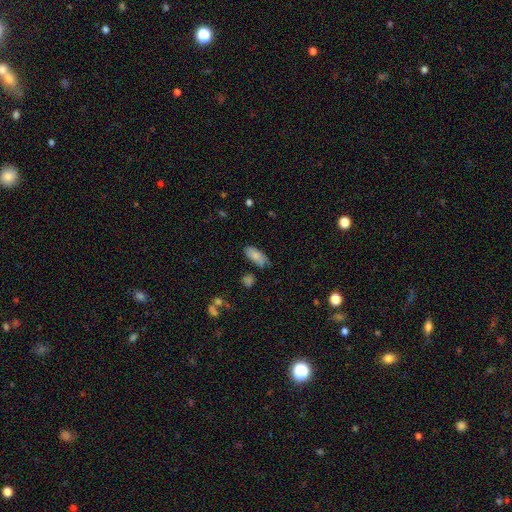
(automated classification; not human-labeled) smooth-or-featured: smooth: 78% | featured or disk: 15% | star or artifact: 7%
  how-rounded: in between: 85% | cigar-shaped: 12% | round: 3%
  merging: none: 62% | minor disturbance: 26% | major disturbance: 6% | merger: 5%